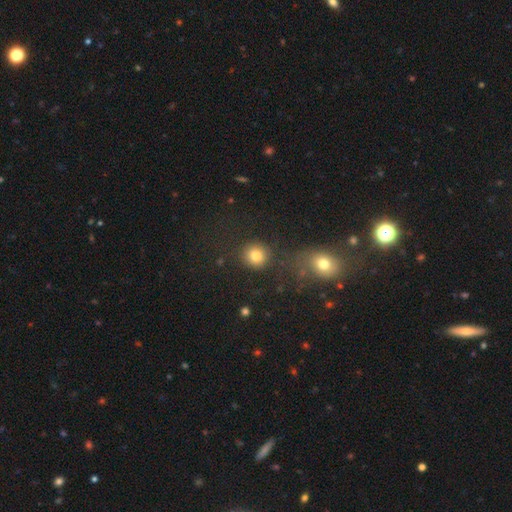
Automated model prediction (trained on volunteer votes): Smooth or featured: smooth — 81% (star or artifact — 12%)
How rounded: round — 90% (in between — 9%)
Merging: none — 82% (minor disturbance — 8%)